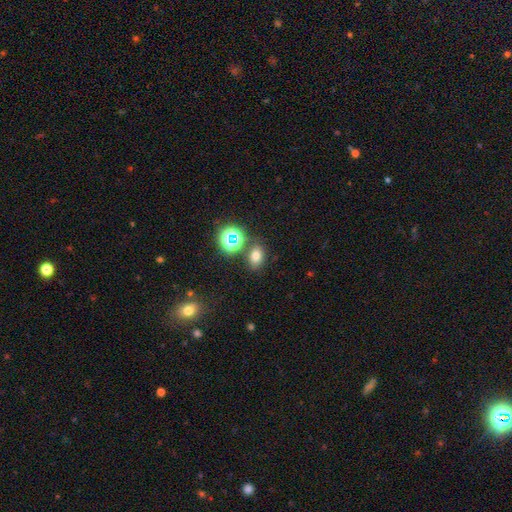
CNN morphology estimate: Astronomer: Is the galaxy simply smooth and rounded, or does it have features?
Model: smooth — 68%.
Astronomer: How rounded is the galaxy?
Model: in between — 73%.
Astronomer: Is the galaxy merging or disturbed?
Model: none — 76%.